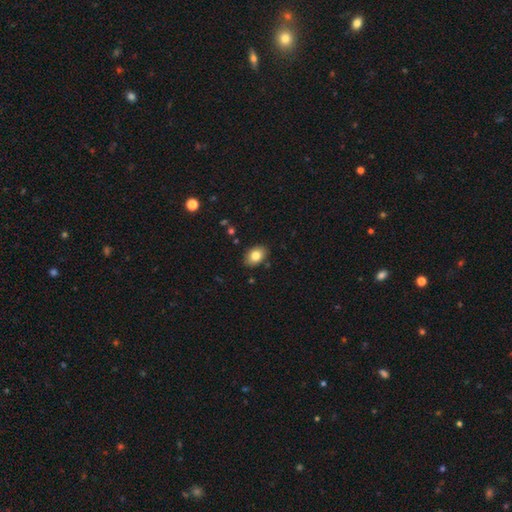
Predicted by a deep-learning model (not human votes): A smooth galaxy with no disk features (82%) that is in between round and cigar-shaped (82%).

Vote fractions:
- Smooth or featured? smooth: 82% / featured or disk: 9% / star or artifact: 8%
- How rounded? in between: 82% / round: 17% / cigar-shaped: 1%
- Merging? none: 86% / minor disturbance: 10% / major disturbance: 2% / merger: 2%